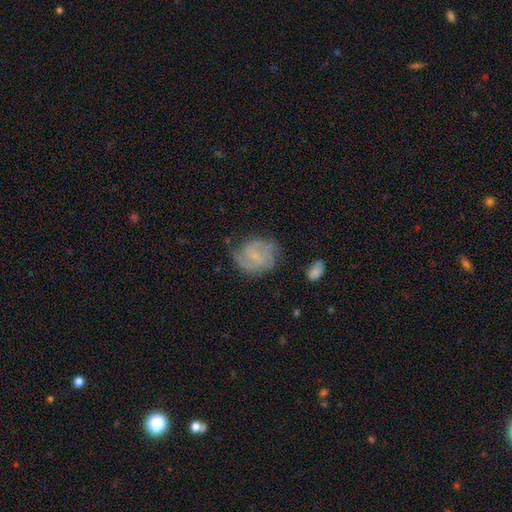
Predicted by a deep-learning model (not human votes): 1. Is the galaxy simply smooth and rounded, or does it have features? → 68% featured or disk, 25% smooth, 7% star or artifact.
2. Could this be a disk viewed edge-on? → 98% no, 2% yes.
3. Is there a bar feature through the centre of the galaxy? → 46% weak (tied), 46% no (tied), 8% strong.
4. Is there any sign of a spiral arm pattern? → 89% yes, 11% no.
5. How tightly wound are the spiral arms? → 45% medium, 36% tight, 19% loose.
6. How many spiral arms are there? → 63% 2, 19% can't tell, 9% 3, 4% 1, 3% 4, 2% more than 4.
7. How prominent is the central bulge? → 66% small, 18% none, 14% moderate, 1% large, 1% dominant.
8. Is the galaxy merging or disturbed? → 65% none, 24% minor disturbance, 9% major disturbance, 2% merger.